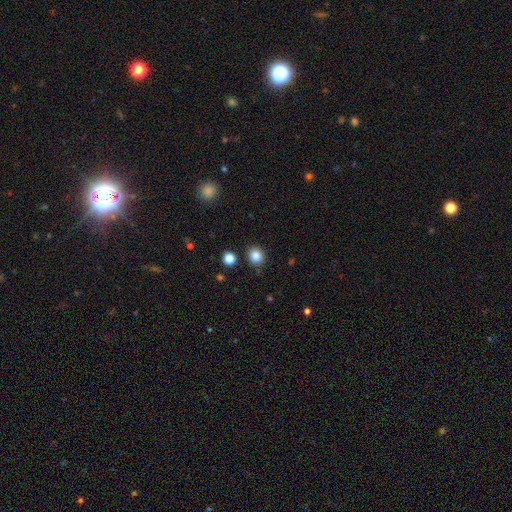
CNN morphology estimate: smooth 85%, star or artifact 11%, featured or disk 4%. Down the decision tree: how rounded — round (81%); merging — none (88%).